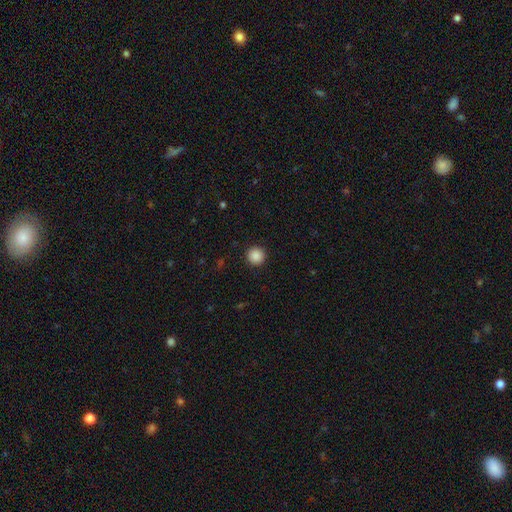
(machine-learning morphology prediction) A smooth galaxy with no disk features (88%) that is round (96%). Merging: none (93%).